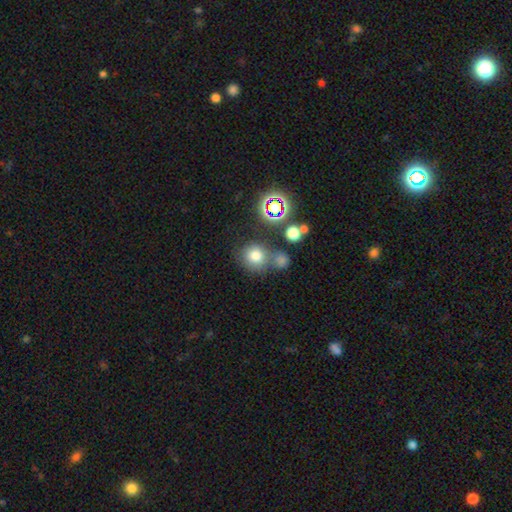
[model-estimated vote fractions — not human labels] A smooth galaxy with no disk features (73%) that is round (87%). Merging: none (61%).